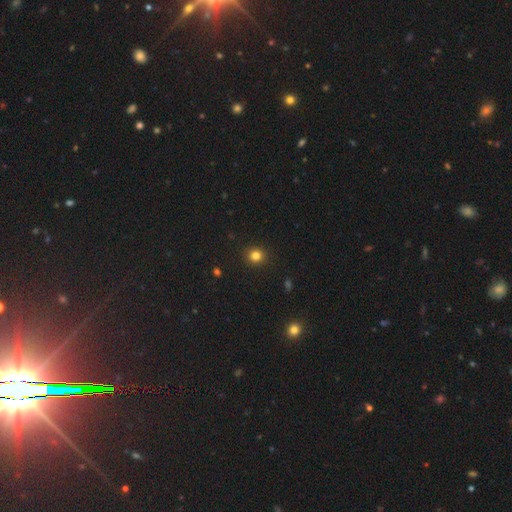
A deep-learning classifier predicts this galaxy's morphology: Smooth or featured? Predicted: smooth (p=0.82). How rounded? Predicted: round (p=0.89). Merging? Predicted: none (p=0.92).